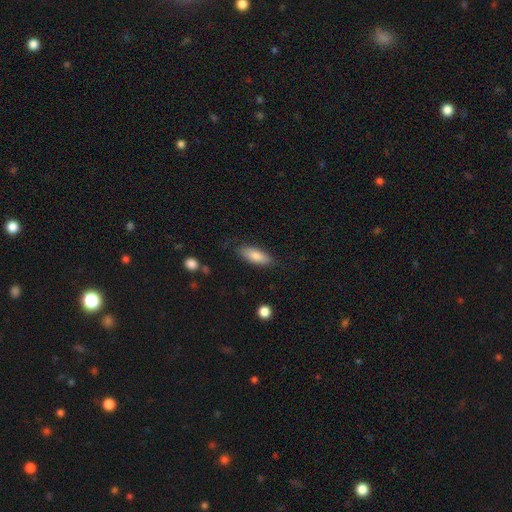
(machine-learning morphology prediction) The model was most divided on "how rounded": in between: 66%, cigar-shaped: 31%, round: 2%. More confident: merging — none (81%); smooth or featured — smooth (80%).